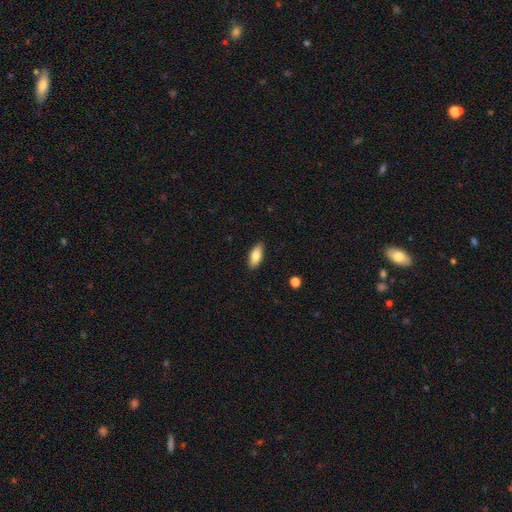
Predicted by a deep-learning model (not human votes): A smooth galaxy with no disk features (82%) that is in between round and cigar-shaped (83%). Merging: none (88%).